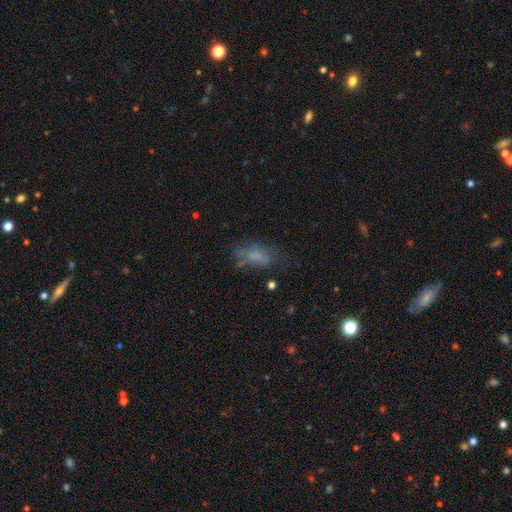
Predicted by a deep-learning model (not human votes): This is possibly a smooth galaxy (57%). How rounded: likely in between (79%). Merging: possibly none (50%).